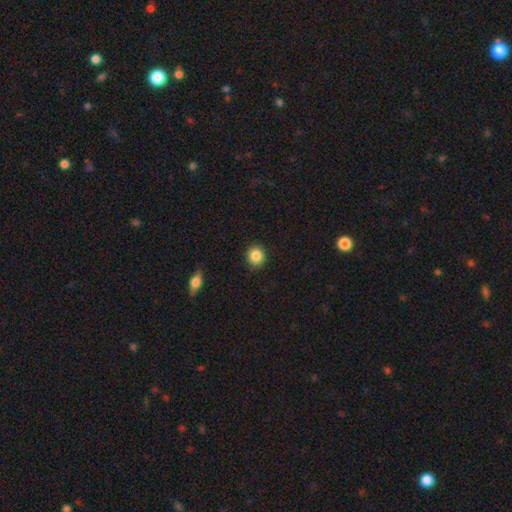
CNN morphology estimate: smooth 87%, star or artifact 9%, featured or disk 4%. Down the decision tree: how rounded — round (88%); merging — none (89%).